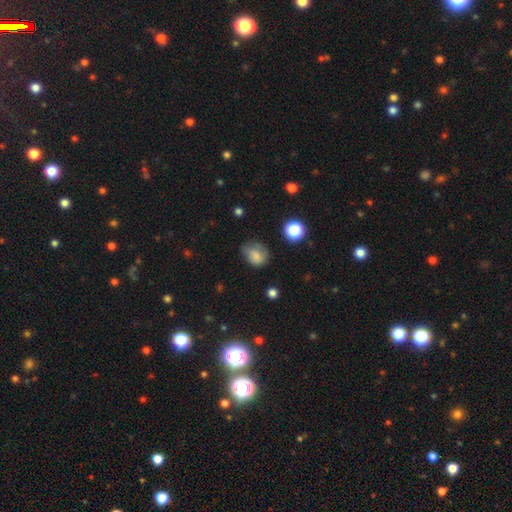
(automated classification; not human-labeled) smooth-or-featured: smooth: 76% | featured or disk: 13% | star or artifact: 11%
  how-rounded: round: 50% | in between: 49% | cigar-shaped: 1%
  merging: none: 45% | minor disturbance: 37% | major disturbance: 16% | merger: 3%